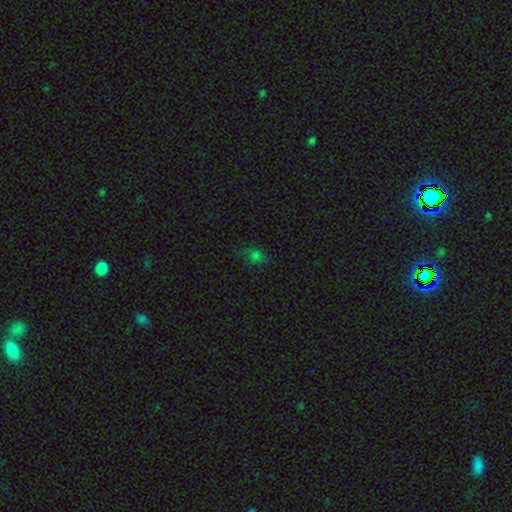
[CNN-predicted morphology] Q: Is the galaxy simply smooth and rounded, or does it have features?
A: smooth — 71%.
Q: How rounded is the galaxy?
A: in between — 53%.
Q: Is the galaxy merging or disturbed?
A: none — 74%.